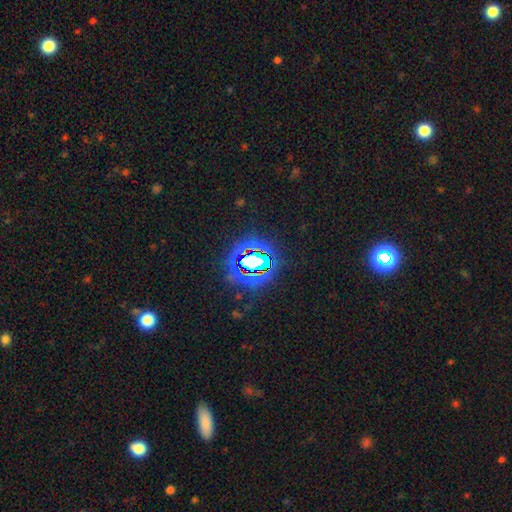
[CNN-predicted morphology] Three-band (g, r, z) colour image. It shows a star or artifact, not a galaxy (77%).